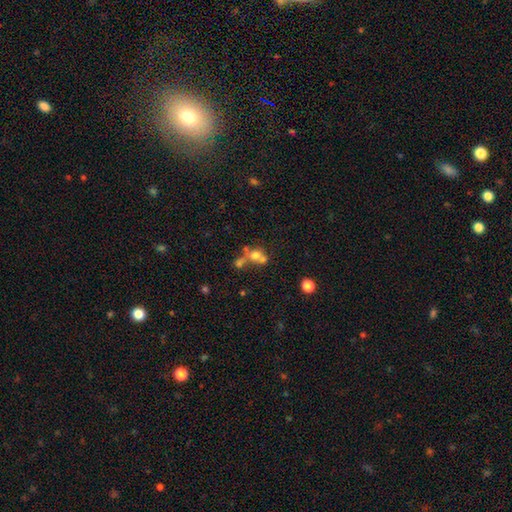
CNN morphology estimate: Overall: smooth (63%). How rounded: round (69%). Merging: merger (56%; none 29%).